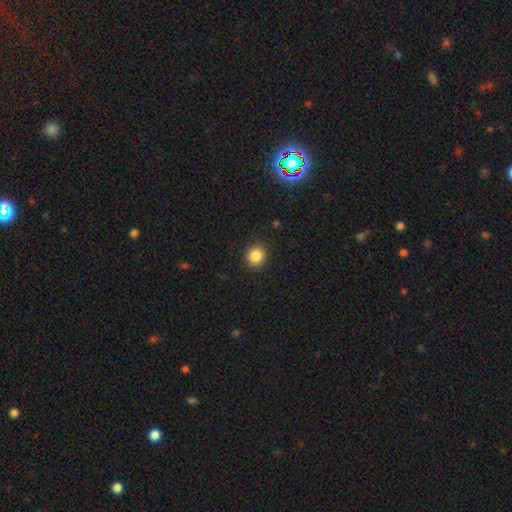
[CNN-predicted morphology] This is clearly a smooth galaxy (85%). How rounded: clearly round (88%). Merging: clearly none (91%).